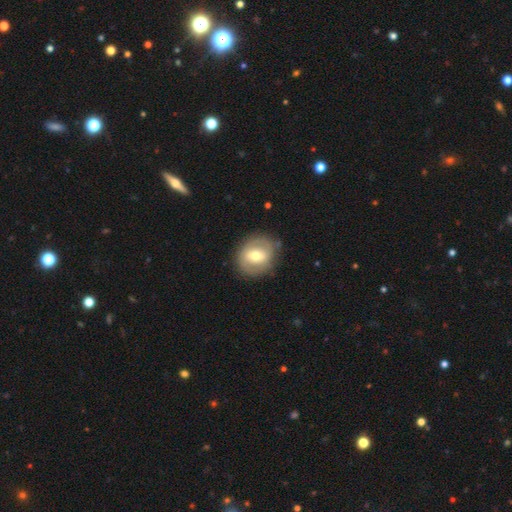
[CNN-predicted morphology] Smooth or featured? Predicted: featured or disk (p=0.48). Merging? Predicted: none (p=0.81).